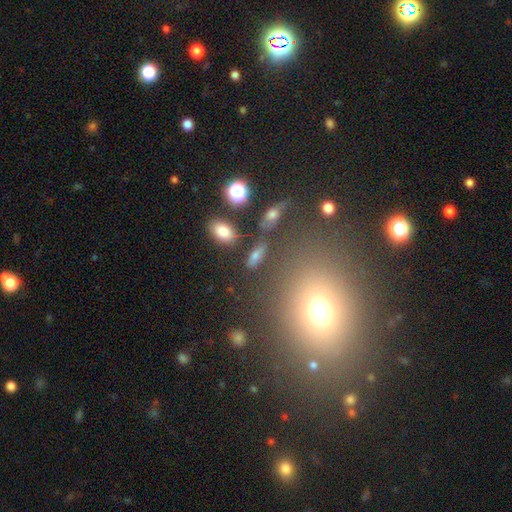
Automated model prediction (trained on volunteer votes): Smooth or featured: smooth — 67% (featured or disk — 19%)
How rounded: in between — 68% (cigar-shaped — 24%)
Merging: none — 74% (minor disturbance — 13%)